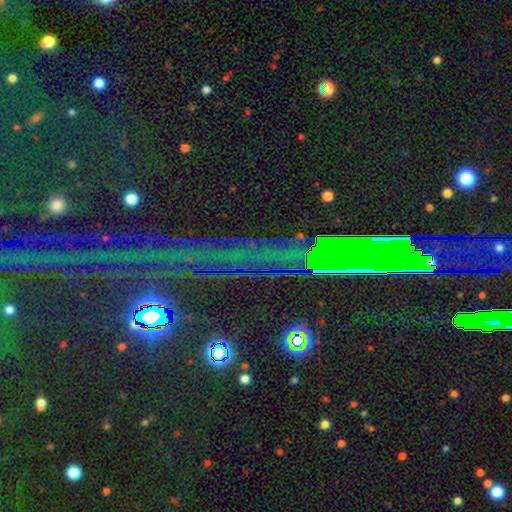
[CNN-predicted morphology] The model was most divided on "smooth or featured": star or artifact: 79%, smooth: 11%, featured or disk: 10%.